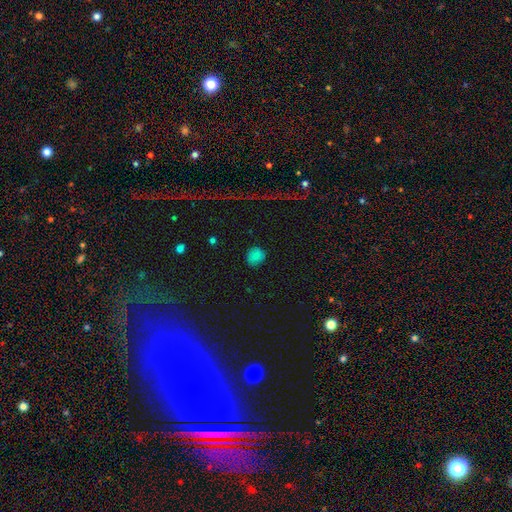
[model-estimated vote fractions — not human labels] This appears to be a smooth galaxy with no disk features (79%) that is round (82%). Merging: none (84%).